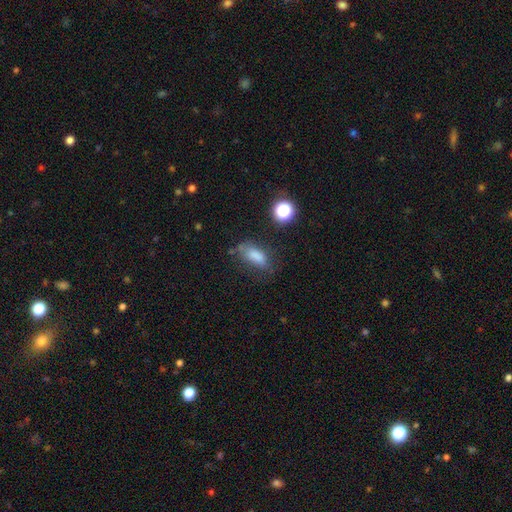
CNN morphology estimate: Smooth or featured? Predicted: smooth (p=0.76). How rounded? Predicted: in between (p=0.78). Merging? Predicted: none (p=0.56).